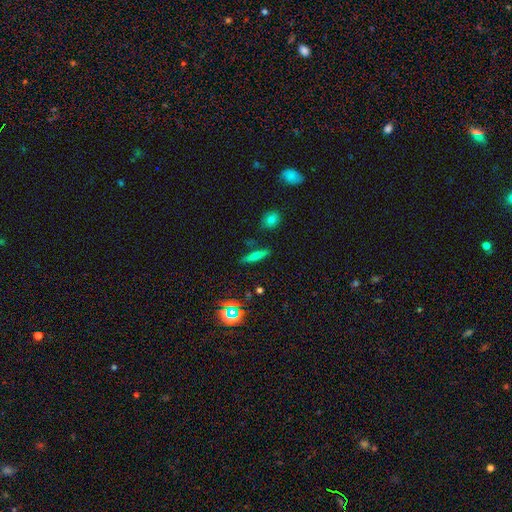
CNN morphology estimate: Q: Smooth or featured?
A: smooth (59%); runner-up: featured or disk (27%)
Q: How rounded?
A: cigar-shaped (77%); runner-up: in between (18%)
Q: Merging?
A: none (83%); runner-up: minor disturbance (10%)